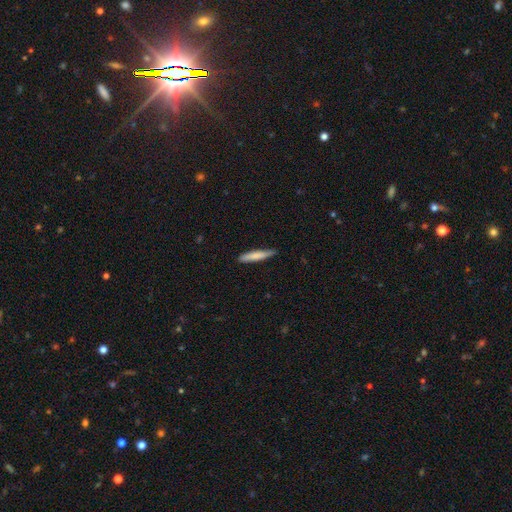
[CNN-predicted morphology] smooth_or_featured: smooth (p=0.75) [alt: featured or disk p=0.19]
how_rounded: cigar-shaped (p=0.92) [alt: in between p=0.07]
merging: none (p=0.84) [alt: minor disturbance p=0.13]